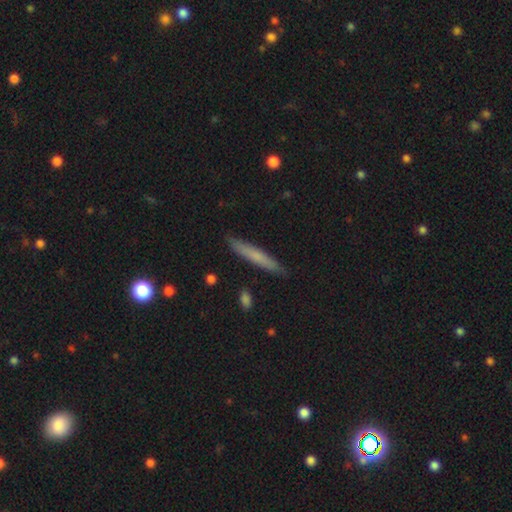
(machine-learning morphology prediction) The model was most divided on "smooth or featured": smooth: 61%, featured or disk: 32%, star or artifact: 6%. More confident: how rounded — cigar-shaped (95%); merging — none (89%).